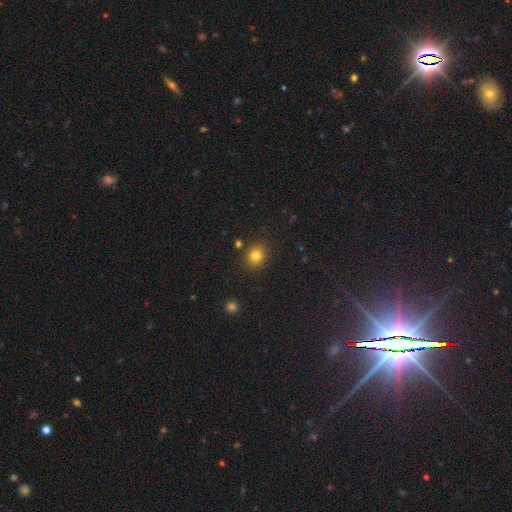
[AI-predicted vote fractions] Overall: smooth (81%). How rounded: round (80%). Merging: none (86%).